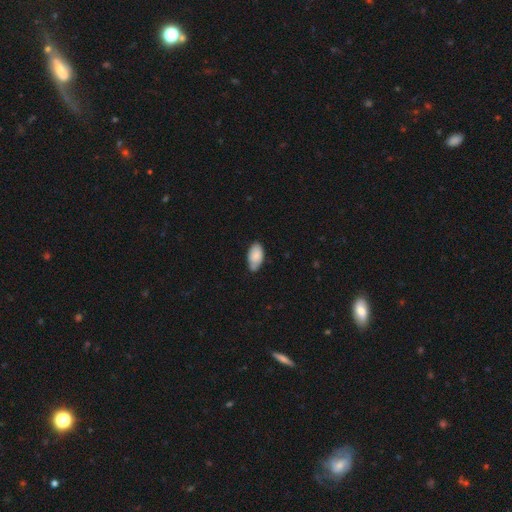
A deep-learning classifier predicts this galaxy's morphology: Q: Smooth or featured?
A: smooth (83%); runner-up: featured or disk (11%)
Q: How rounded?
A: in between (95%); runner-up: round (3%)
Q: Merging?
A: none (65%); runner-up: minor disturbance (29%)